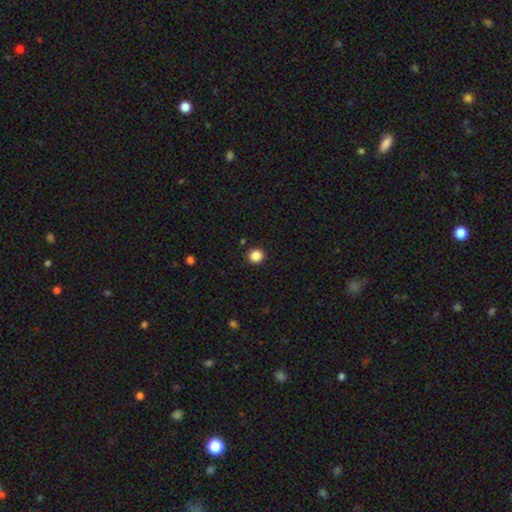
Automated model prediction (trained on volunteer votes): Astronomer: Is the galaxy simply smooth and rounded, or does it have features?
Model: smooth — 86%.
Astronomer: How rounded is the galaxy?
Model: round — 93%.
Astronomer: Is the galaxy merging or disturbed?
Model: none — 92%.